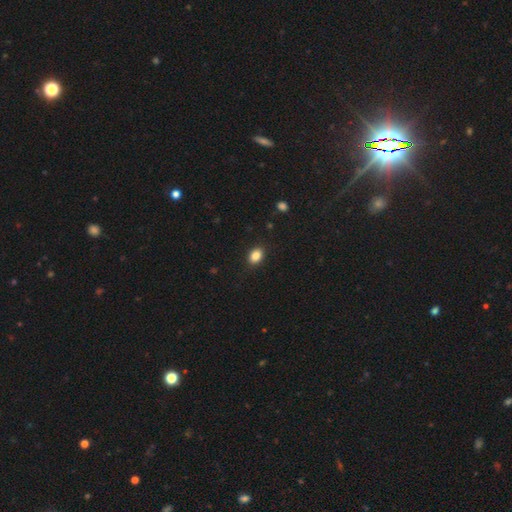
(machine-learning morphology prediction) type=smooth (86%); roundness=in between (76%); merging=none (88%).